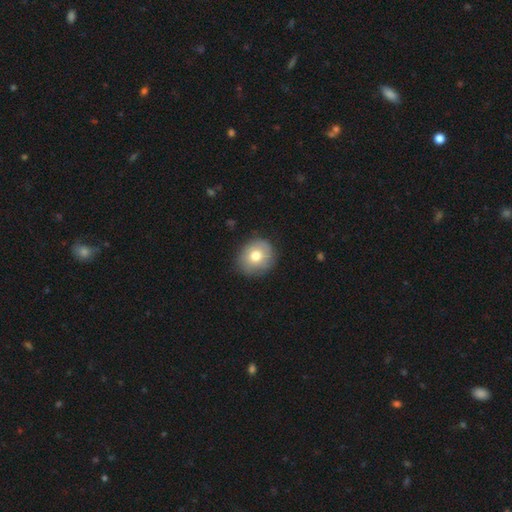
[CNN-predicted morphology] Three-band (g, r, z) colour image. It shows a smooth galaxy with no disk features (73%) that is round (78%). Merging: none (81%).